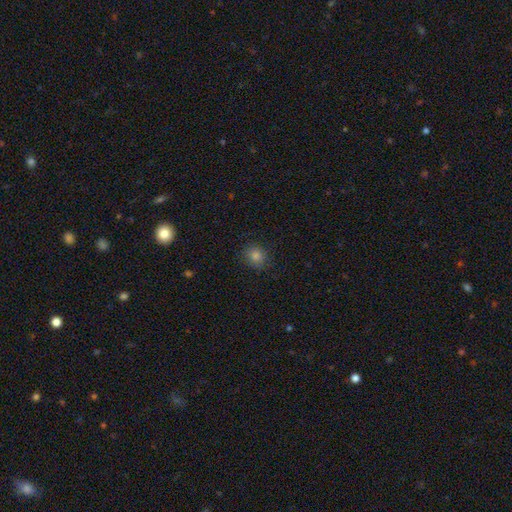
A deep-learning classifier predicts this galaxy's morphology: A smooth galaxy with no disk features (80%) that is round (78%).

Vote fractions:
- Smooth or featured? smooth: 80% / star or artifact: 15% / featured or disk: 6%
- How rounded? round: 78% / in between: 21% / cigar-shaped: 1%
- Merging? none: 87% / minor disturbance: 10% / major disturbance: 3% / merger: 1%